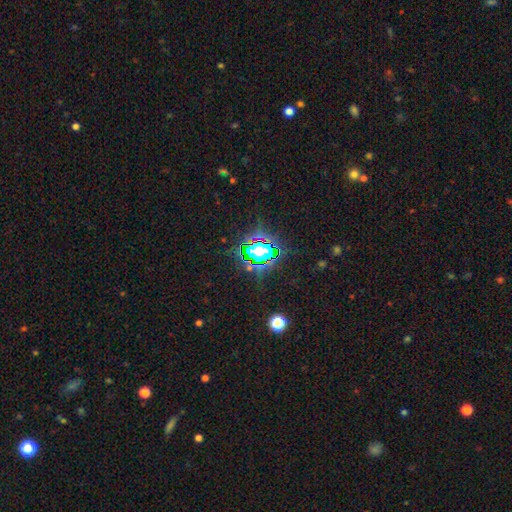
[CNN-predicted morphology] A star or artifact, not a galaxy (70%).